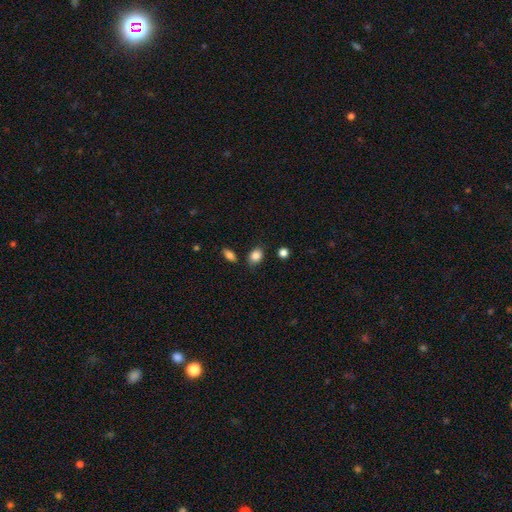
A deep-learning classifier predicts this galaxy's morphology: A smooth galaxy with no disk features (85%) that is in between round and cigar-shaped (65%). Merging: none (75%).